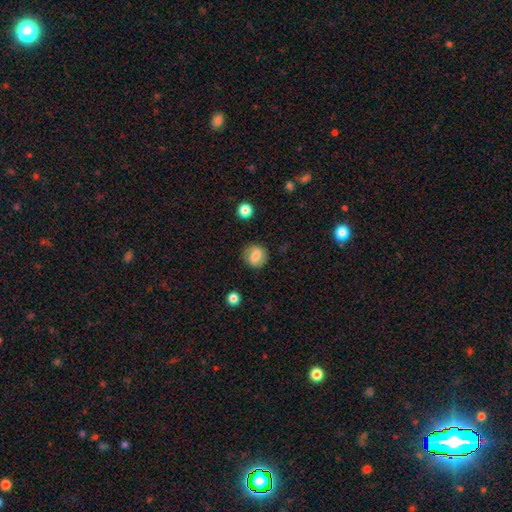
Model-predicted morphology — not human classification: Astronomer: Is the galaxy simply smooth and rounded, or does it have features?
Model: smooth — 58%.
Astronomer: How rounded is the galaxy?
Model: round — 80%.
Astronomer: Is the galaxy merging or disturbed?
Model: none — 84%.